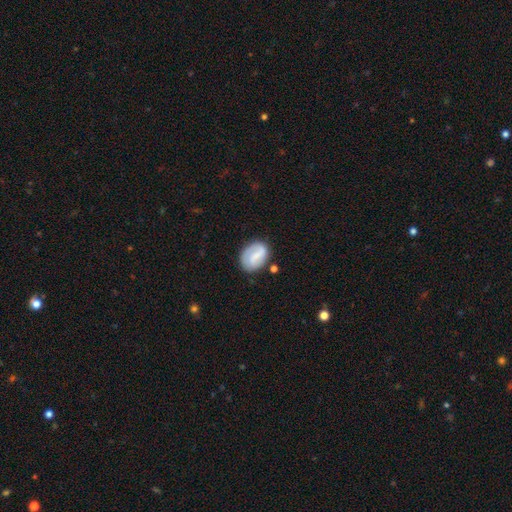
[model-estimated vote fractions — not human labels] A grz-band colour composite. It shows a smooth galaxy with no disk features (49%). Merging: none (71%).